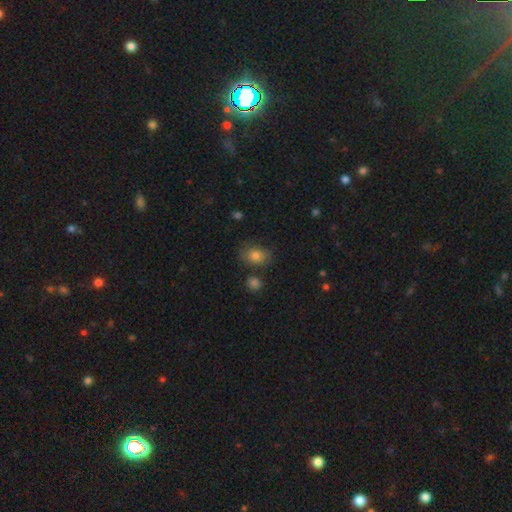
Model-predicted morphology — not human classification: A smooth galaxy with no disk features (81%) that is in between round and cigar-shaped (64%).

Vote fractions:
- Smooth or featured? smooth: 81% / featured or disk: 10% / star or artifact: 9%
- How rounded? in between: 64% / round: 35% / cigar-shaped: 1%
- Merging? none: 67% / minor disturbance: 20% / major disturbance: 7% / merger: 7%